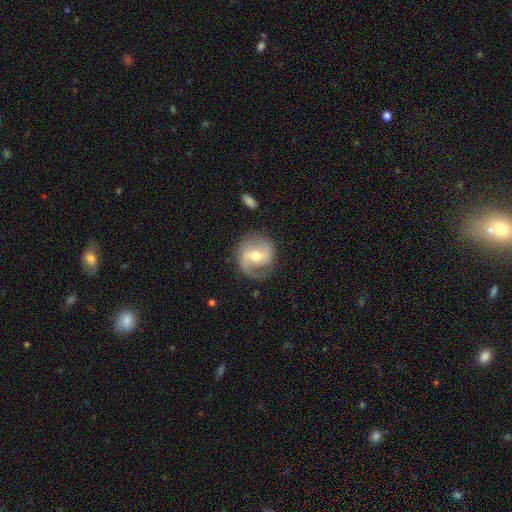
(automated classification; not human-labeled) This is clearly a featured or disk galaxy (83%). It is clearly not viewed edge-on (97%). Bar: possibly weak (47%). Spiral arm pattern: clearly yes (94%). Spiral arm count: clearly 2 (87%). Spiral winding: possibly medium (50%). Central bulge: likely moderate (71%). Merging: clearly none (80%).